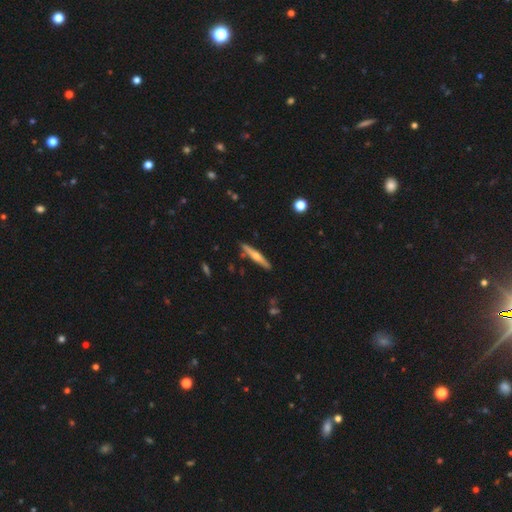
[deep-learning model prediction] Smooth or featured: featured or disk — 58% (smooth — 36%)
Edge-on disk: yes — 96% (no — 4%)
Edge-on bulge: rounded — 85% (none — 11%)
Merging: none — 88% (minor disturbance — 8%)